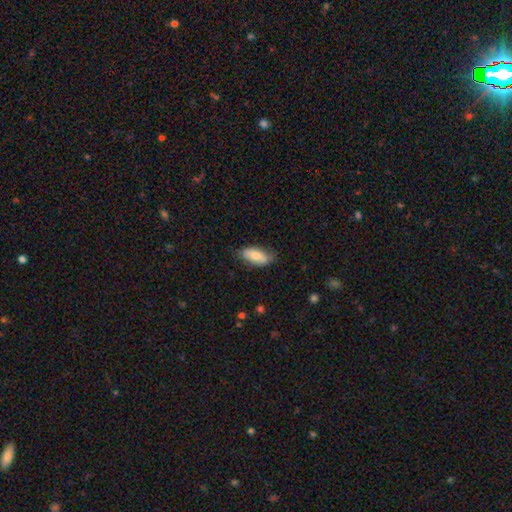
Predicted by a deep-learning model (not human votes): Smooth or featured? smooth (80%)
How rounded? in between (87%)
Merging? none (75%)